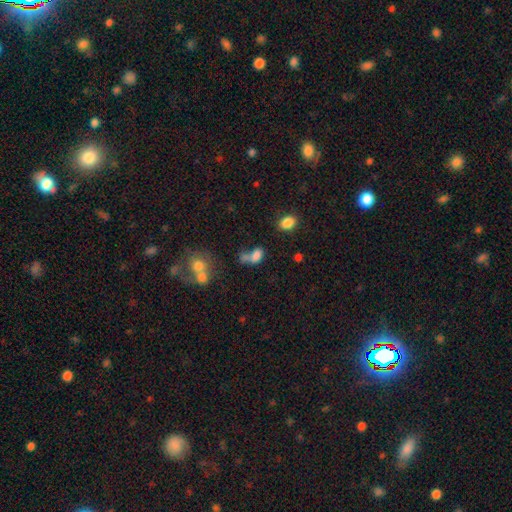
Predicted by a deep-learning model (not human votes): Overall: smooth (73%). How rounded: in between (82%). Merging: merger (44%; none 25%).